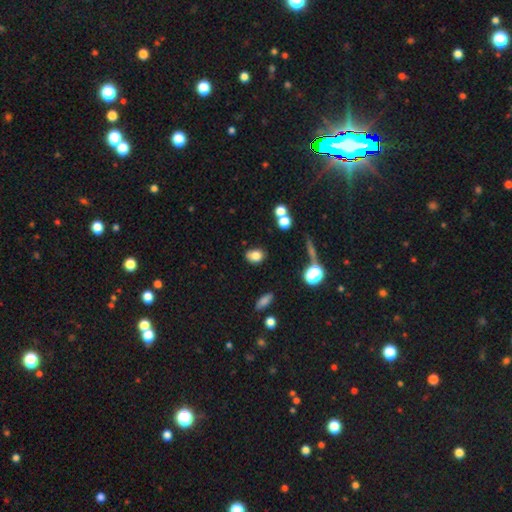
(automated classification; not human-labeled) Smooth or featured? Predicted: smooth (p=0.79). How rounded? Predicted: in between (p=0.64). Merging? Predicted: none (p=0.71).